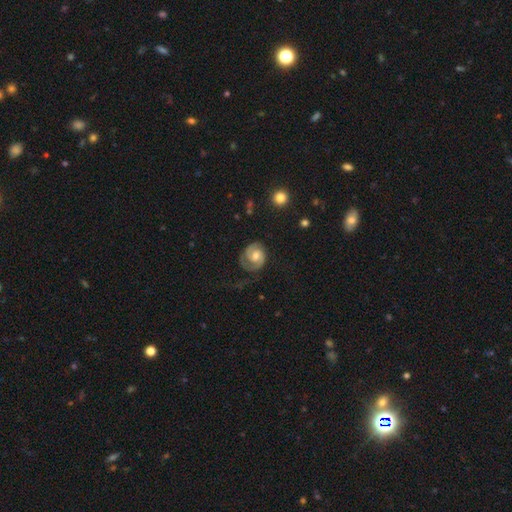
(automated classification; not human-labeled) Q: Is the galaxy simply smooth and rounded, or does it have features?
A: featured or disk — 79%.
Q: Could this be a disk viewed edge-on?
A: no — 98%.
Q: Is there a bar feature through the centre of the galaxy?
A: no — 56%.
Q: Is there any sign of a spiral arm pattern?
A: yes — 95%.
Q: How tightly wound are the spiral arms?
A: tight — 50%.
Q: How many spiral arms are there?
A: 2 — 78%.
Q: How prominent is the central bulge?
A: moderate — 69%.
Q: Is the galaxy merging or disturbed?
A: none — 65%.